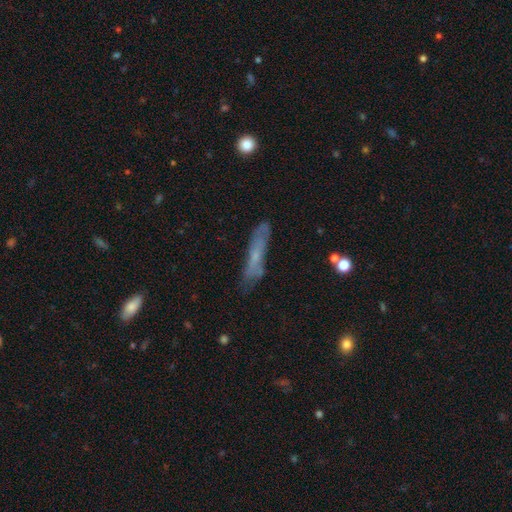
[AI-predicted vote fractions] Smooth or featured: smooth — 47% (featured or disk — 44%)
Merging: none — 68% (minor disturbance — 22%)